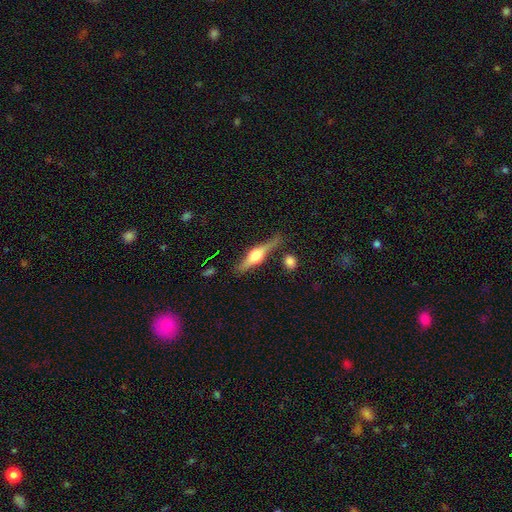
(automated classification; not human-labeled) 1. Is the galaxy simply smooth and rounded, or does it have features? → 73% featured or disk, 21% smooth, 6% star or artifact.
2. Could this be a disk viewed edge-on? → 96% yes, 4% no.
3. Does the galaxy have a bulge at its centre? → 94% rounded, 5% boxy, 2% none.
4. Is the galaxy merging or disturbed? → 76% none, 15% minor disturbance, 5% merger, 4% major disturbance.